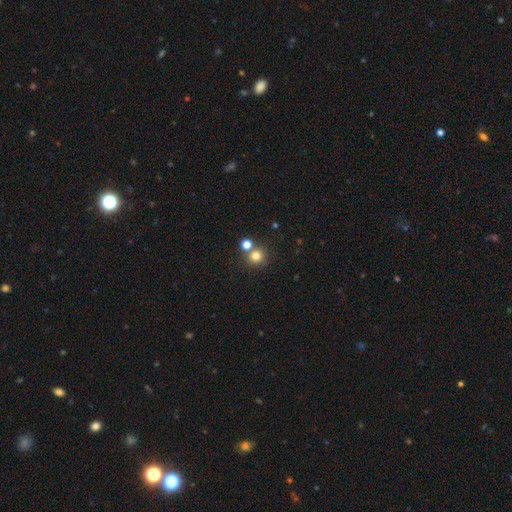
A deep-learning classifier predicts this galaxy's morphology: Q: Smooth or featured?
A: smooth (78%); runner-up: star or artifact (15%)
Q: How rounded?
A: round (90%); runner-up: in between (9%)
Q: Merging?
A: none (67%); runner-up: merger (23%)